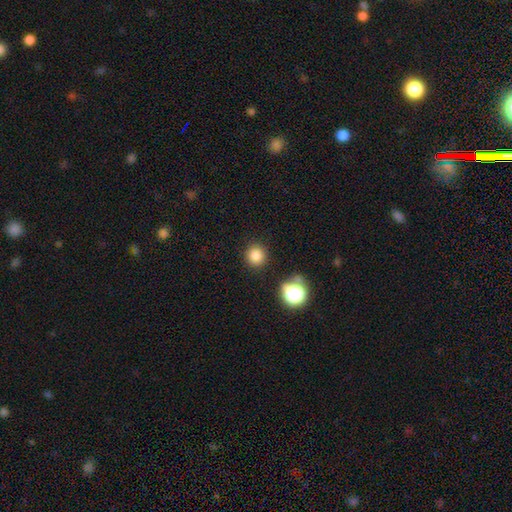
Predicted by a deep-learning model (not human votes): This is clearly a smooth galaxy (82%). How rounded: clearly round (92%). Merging: clearly none (87%).